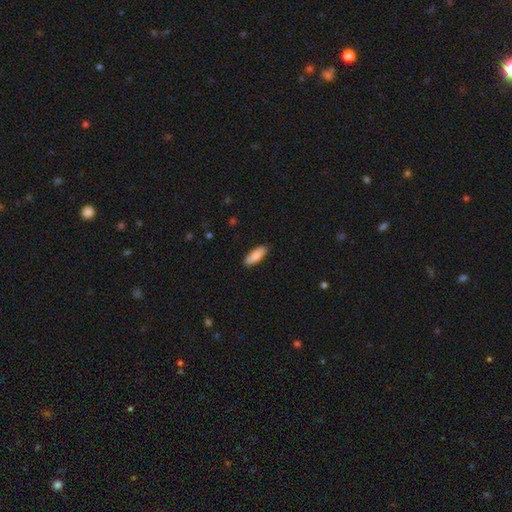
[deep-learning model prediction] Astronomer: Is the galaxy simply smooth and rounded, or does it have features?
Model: smooth — 86%.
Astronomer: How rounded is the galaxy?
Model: in between — 60% (runner-up: cigar-shaped, 39%).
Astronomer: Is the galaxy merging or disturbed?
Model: none — 88%.